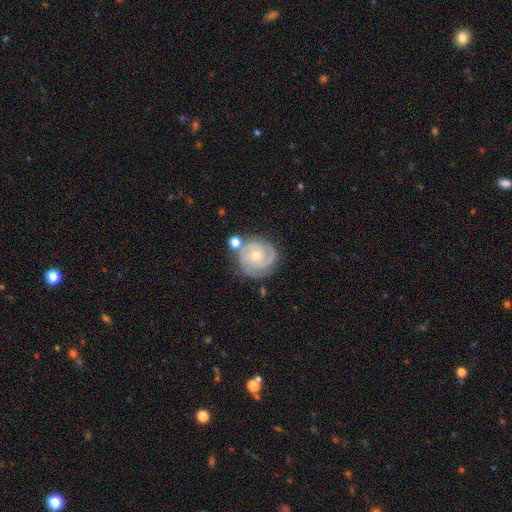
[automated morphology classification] A featured or disk galaxy (85%) with no bar (75%), 2 (48%) tight (72%) spiral arms (97%) and a small central bulge (62%).

Vote fractions:
- Smooth or featured? featured or disk: 85% / smooth: 10% / star or artifact: 5%
- Edge-on disk? no: 98% / yes: 2%
- Bar? no: 75% / weak: 22% / strong: 4%
- Spiral arms? yes: 97% / no: 3%
- Spiral winding? tight: 72% / medium: 24% / loose: 4%
- Spiral arm count? 2: 48% / 3: 29% / can't tell: 11% / 4: 4% / 1: 4% / more than 4: 3%
- Bulge size? small: 62% / moderate: 34% / none: 2% / large: 1% / dominant: 1%
- Merging? none: 72% / minor disturbance: 15% / merger: 7% / major disturbance: 5%